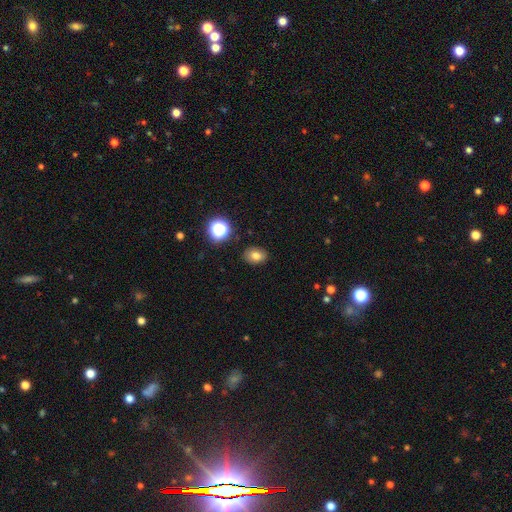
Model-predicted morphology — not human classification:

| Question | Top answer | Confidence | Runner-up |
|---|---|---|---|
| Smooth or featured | smooth | 77% | star or artifact (14%) |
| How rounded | in between | 66% | round (33%) |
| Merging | none | 86% | minor disturbance (9%) |